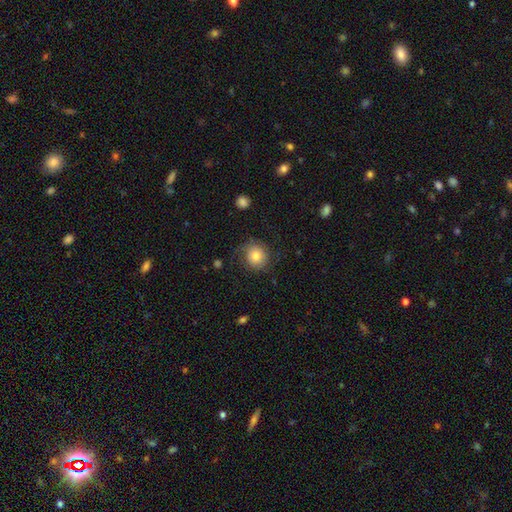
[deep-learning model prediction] Smooth or featured? smooth (76%)
How rounded? round (88%)
Merging? none (71%)